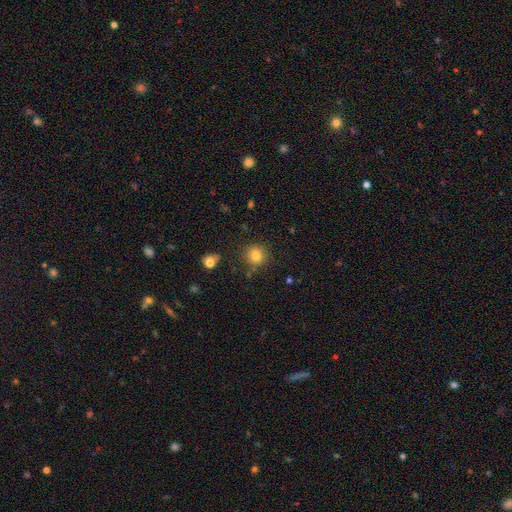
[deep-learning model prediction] Overall: smooth (80%). How rounded: round (90%). Merging: none (83%).